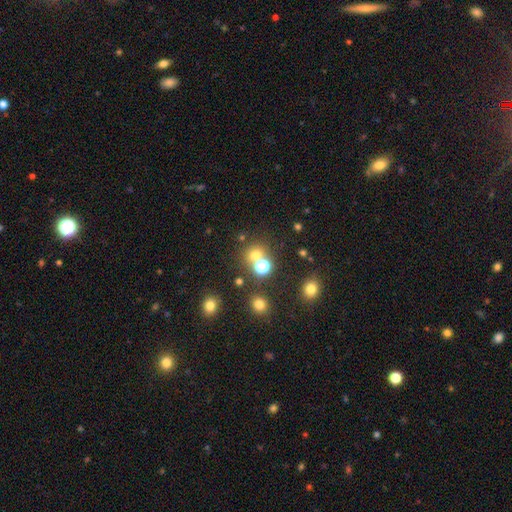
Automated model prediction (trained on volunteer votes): Smooth or featured? smooth (62%)
How rounded? round (83%)
Merging? none (65%)